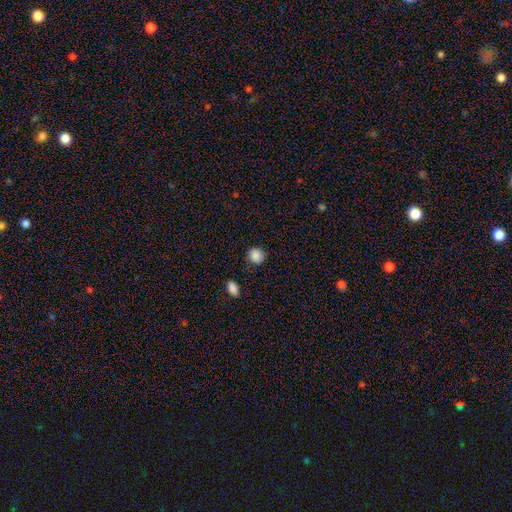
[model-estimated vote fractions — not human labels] smooth-or-featured: smooth: 88% | star or artifact: 9% | featured or disk: 3%
  how-rounded: round: 88% | in between: 11% | cigar-shaped: 1%
  merging: none: 86% | minor disturbance: 9% | major disturbance: 3% | merger: 2%